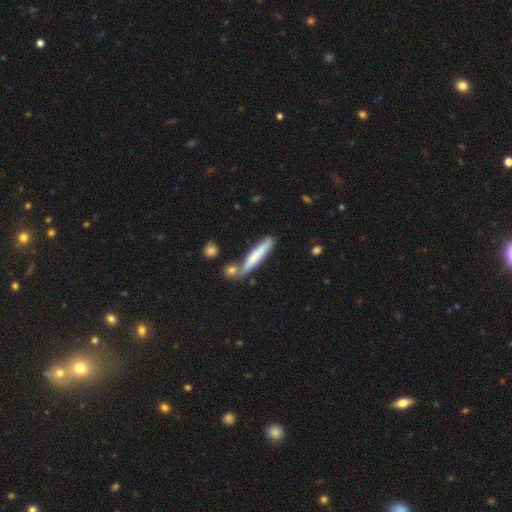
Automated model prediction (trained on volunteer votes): Morphology: type=smooth (67%); roundness=cigar-shaped (90%); merging=none (62%).